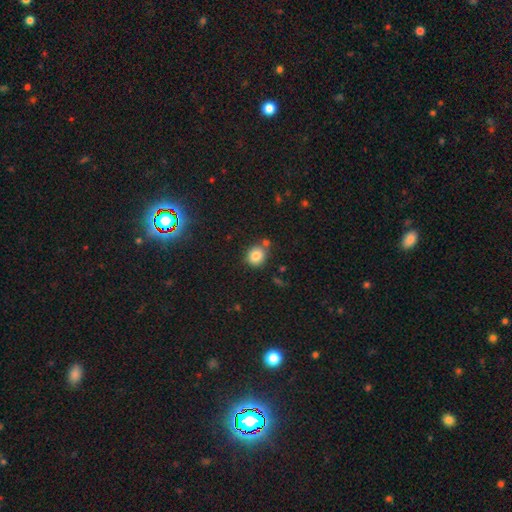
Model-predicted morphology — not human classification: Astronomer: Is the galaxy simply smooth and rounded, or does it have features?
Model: smooth — 83%.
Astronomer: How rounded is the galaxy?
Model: round — 77%.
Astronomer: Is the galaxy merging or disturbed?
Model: none — 71%.